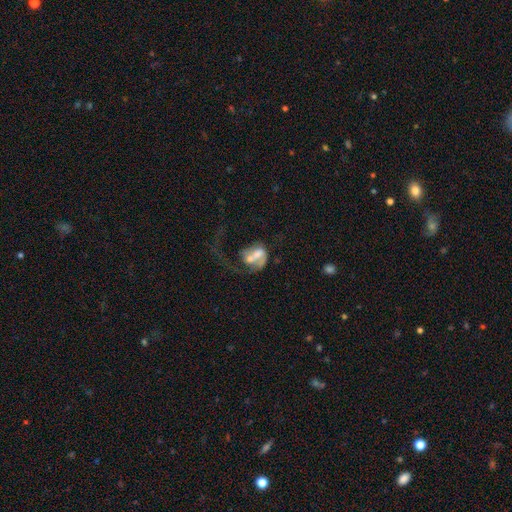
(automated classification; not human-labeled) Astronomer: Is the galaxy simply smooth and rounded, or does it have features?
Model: featured or disk — 54% (runner-up: smooth, 36%).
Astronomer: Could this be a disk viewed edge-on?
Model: no — 96%.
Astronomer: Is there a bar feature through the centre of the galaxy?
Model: no — 53% (runner-up: weak, 29%).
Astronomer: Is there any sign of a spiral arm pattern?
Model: no — 51% (runner-up: yes, 49%).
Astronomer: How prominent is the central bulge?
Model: moderate — 34% (runner-up: small, 23%).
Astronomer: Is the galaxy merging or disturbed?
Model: major disturbance — 43% (runner-up: merger, 33%).